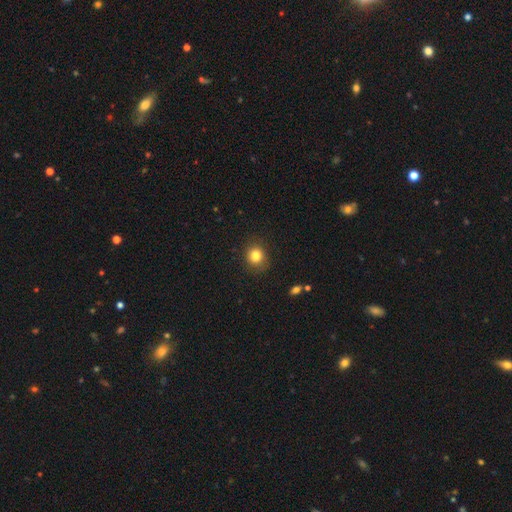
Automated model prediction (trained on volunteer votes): A smooth galaxy with no disk features (82%) that is round (83%). Merging: none (85%).